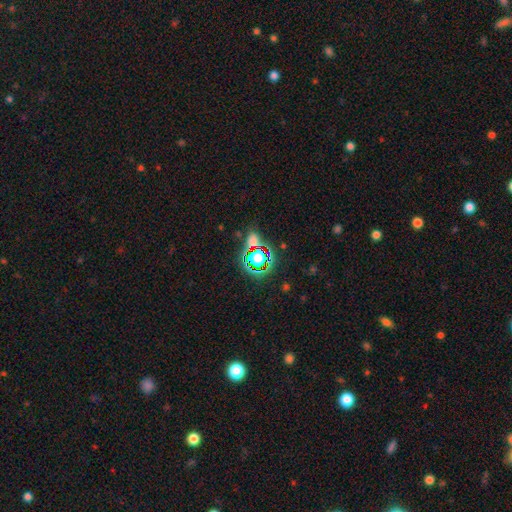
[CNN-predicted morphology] Smooth or featured: star or artifact — 58% (smooth — 31%)